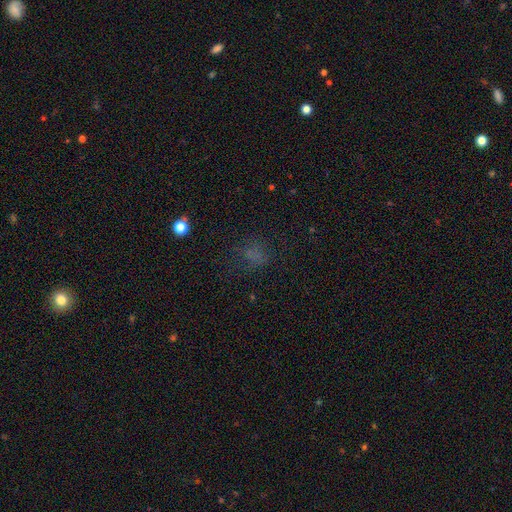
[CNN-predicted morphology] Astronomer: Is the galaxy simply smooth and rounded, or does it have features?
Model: smooth — 53% (runner-up: star or artifact, 32%).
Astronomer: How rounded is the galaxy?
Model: in between — 49% (runner-up: round, 48%).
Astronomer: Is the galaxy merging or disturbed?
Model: none — 63%.